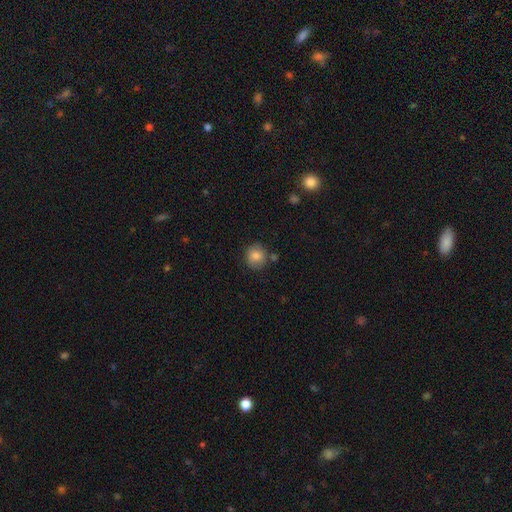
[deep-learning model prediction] Smooth or featured? smooth (82%)
How rounded? round (89%)
Merging? none (81%)